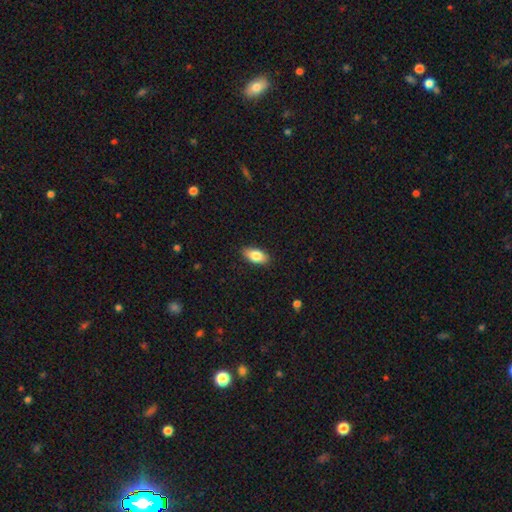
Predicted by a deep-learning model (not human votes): Q: Smooth or featured?
A: smooth (83%); runner-up: featured or disk (10%)
Q: How rounded?
A: in between (91%); runner-up: cigar-shaped (6%)
Q: Merging?
A: none (87%); runner-up: minor disturbance (10%)